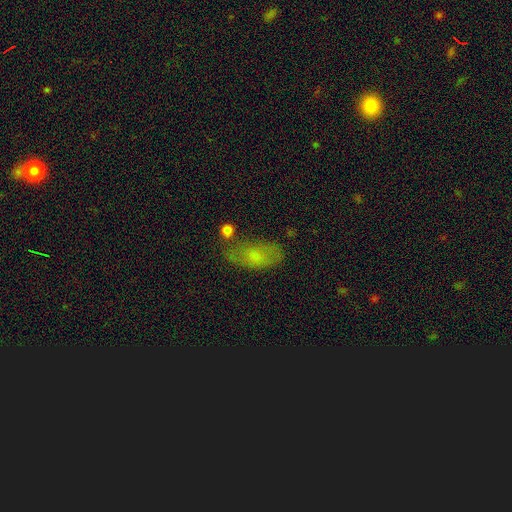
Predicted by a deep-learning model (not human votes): A smooth galaxy with no disk features (62%) that is in between round and cigar-shaped (88%).

Vote fractions:
- Smooth or featured? smooth: 62% / featured or disk: 24% / star or artifact: 14%
- How rounded? in between: 88% / round: 6% / cigar-shaped: 6%
- Merging? none: 52% / minor disturbance: 26% / major disturbance: 14% / merger: 8%